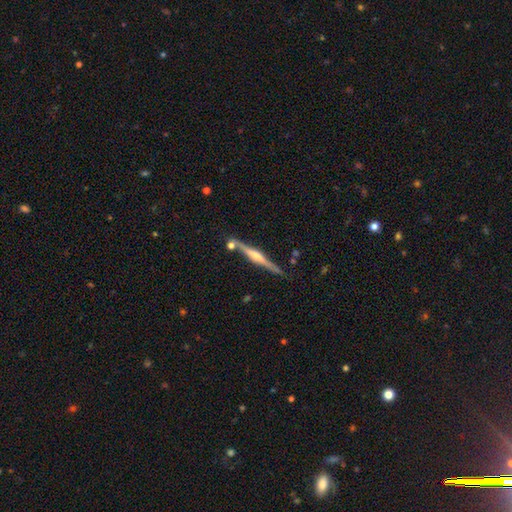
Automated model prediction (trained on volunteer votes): A featured or disk galaxy (81%) viewed edge-on (98%) with a rounded central bulge (83%).

Vote fractions:
- Smooth or featured? featured or disk: 81% / smooth: 13% / star or artifact: 6%
- Edge-on disk? yes: 98% / no: 2%
- Edge-on bulge? rounded: 83% / boxy: 11% / none: 6%
- Merging? none: 82% / minor disturbance: 10% / merger: 6% / major disturbance: 2%